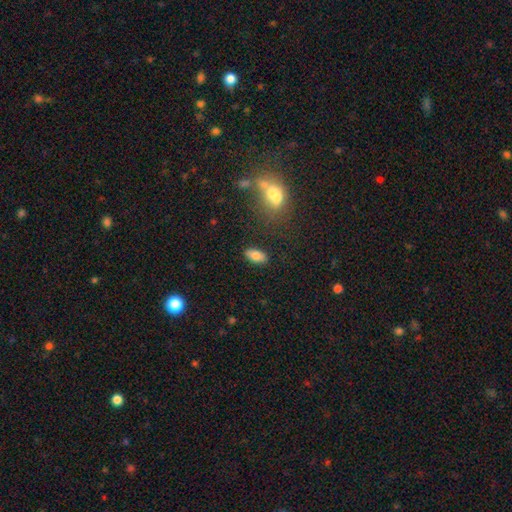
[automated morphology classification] Smooth or featured: smooth — 79% (featured or disk — 12%)
How rounded: in between — 89% (cigar-shaped — 7%)
Merging: none — 86% (minor disturbance — 9%)